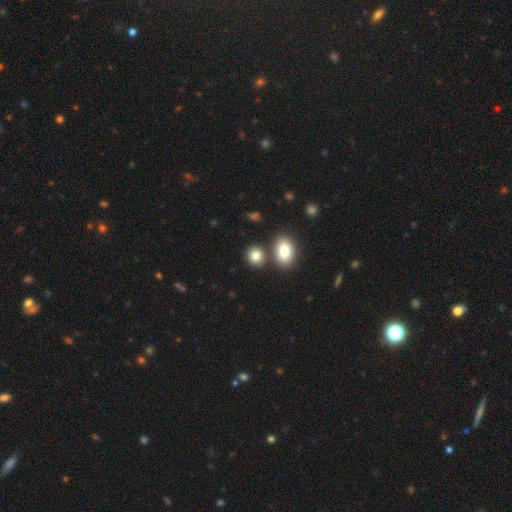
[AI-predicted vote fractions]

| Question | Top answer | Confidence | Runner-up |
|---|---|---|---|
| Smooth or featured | smooth | 83% | star or artifact (9%) |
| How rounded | round | 63% | in between (36%) |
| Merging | none | 65% | merger (22%) |